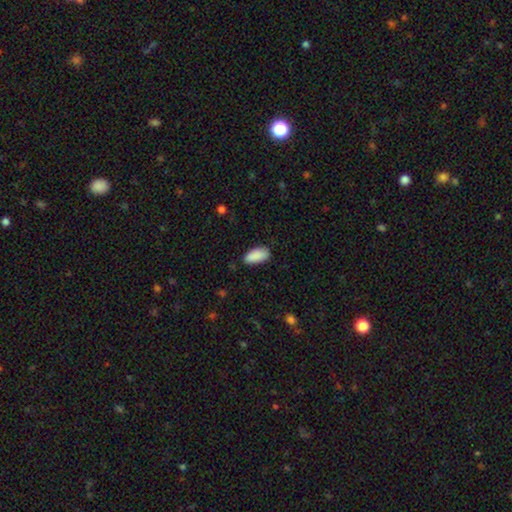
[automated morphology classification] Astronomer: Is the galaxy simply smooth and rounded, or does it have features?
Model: smooth — 90%.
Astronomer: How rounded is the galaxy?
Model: in between — 91%.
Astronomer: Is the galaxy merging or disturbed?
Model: none — 82%.